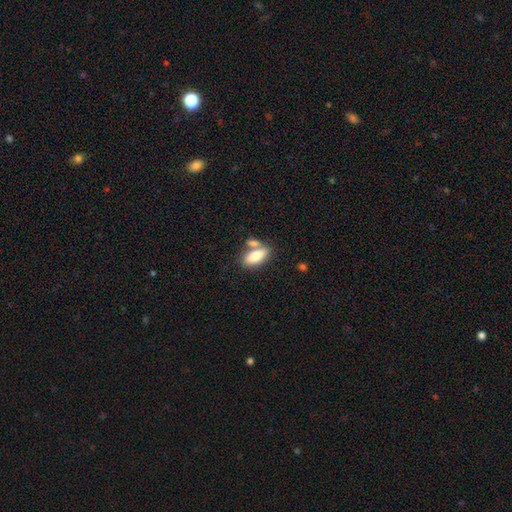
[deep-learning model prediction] smooth-or-featured: smooth: 77% | featured or disk: 17% | star or artifact: 7%
  how-rounded: in between: 85% | cigar-shaped: 11% | round: 4%
  merging: none: 50% | merger: 34% | minor disturbance: 12% | major disturbance: 4%